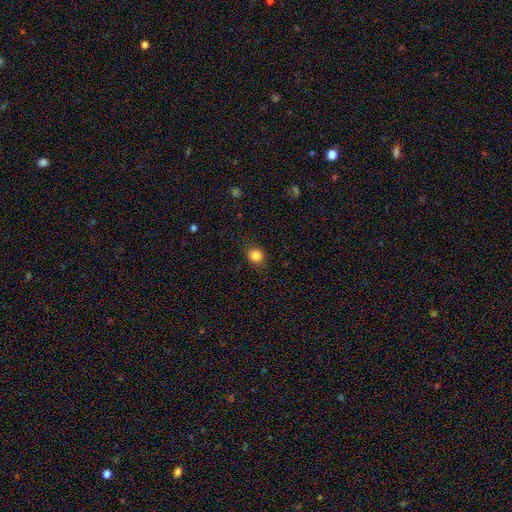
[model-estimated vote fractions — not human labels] smooth-or-featured: smooth: 84% | star or artifact: 11% | featured or disk: 4%
  how-rounded: round: 80% | in between: 19% | cigar-shaped: 1%
  merging: none: 87% | minor disturbance: 10% | major disturbance: 3% | merger: 1%